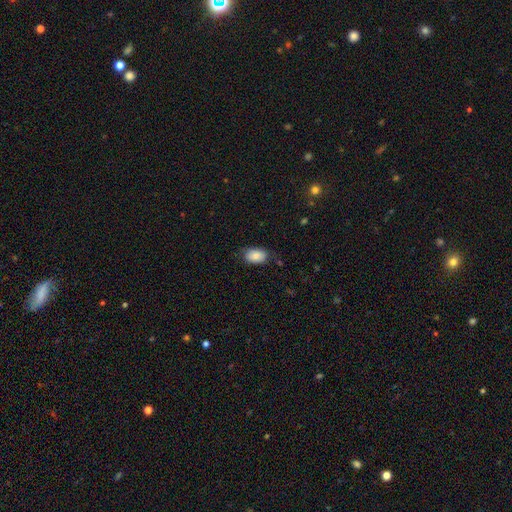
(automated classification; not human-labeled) Smooth or featured? Predicted: smooth (p=0.86). How rounded? Predicted: in between (p=0.91). Merging? Predicted: none (p=0.74).